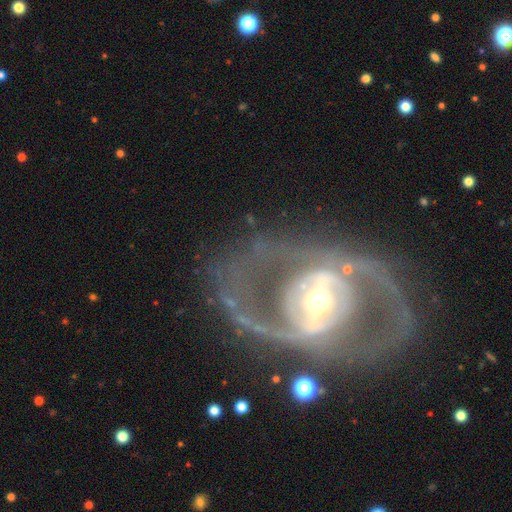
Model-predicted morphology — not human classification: This is clearly a featured or disk galaxy (85%). It is clearly not viewed edge-on (94%). Bar: possibly strong (51%). Spiral arm pattern: likely yes (73%). Spiral arm count: likely 2 (79%). Spiral winding: possibly medium (46%). Central bulge: likely moderate (61%). Merging: likely none (67%).